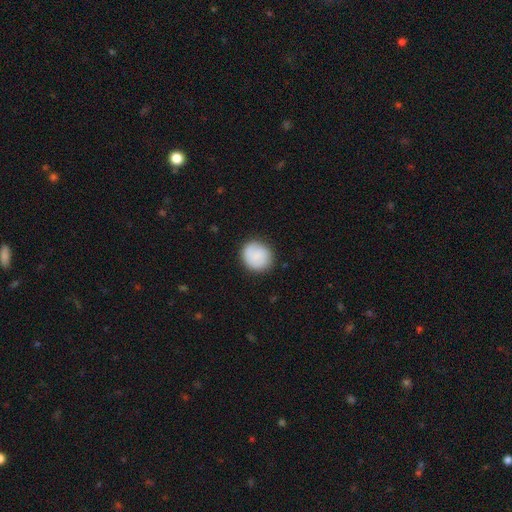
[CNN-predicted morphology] Smooth or featured?
  - smooth: 83% *
  - featured or disk: 10%
  - star or artifact: 6%
How rounded?
  - round: 85% *
  - in between: 14%
  - cigar-shaped: 1%
Merging?
  - none: 85% *
  - minor disturbance: 11%
  - major disturbance: 3%
  - merger: 1%